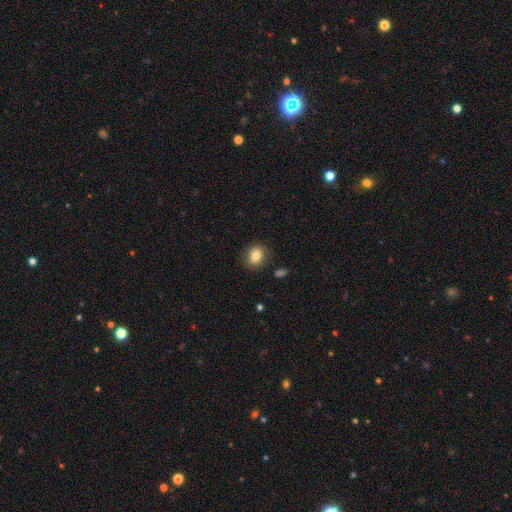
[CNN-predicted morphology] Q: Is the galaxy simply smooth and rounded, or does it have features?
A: smooth — 82%.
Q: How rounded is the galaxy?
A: round — 59%.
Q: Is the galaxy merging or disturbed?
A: none — 86%.